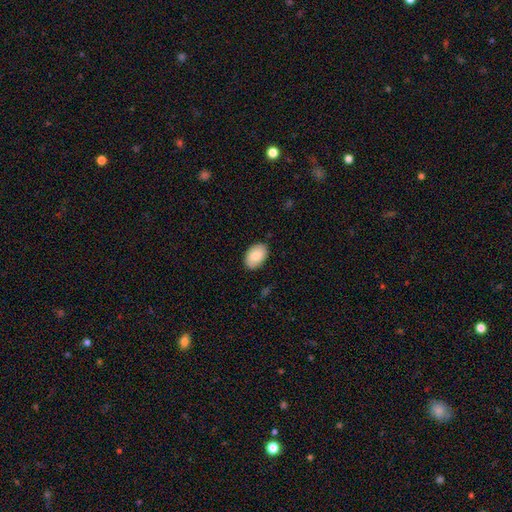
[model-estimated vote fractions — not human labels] Overall: smooth (84%). How rounded: in between (90%). Merging: none (86%).